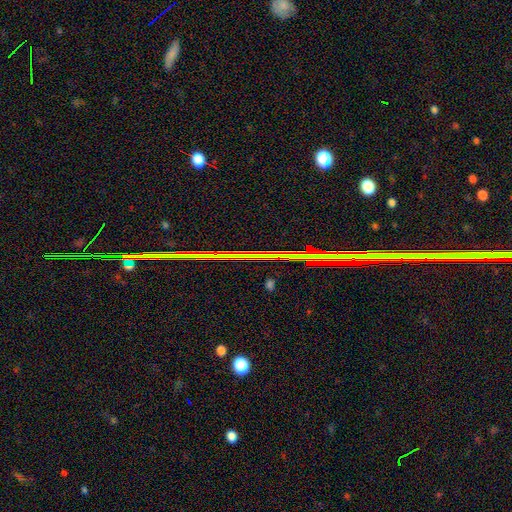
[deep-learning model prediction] Smooth or featured? Predicted: star or artifact (p=0.78).